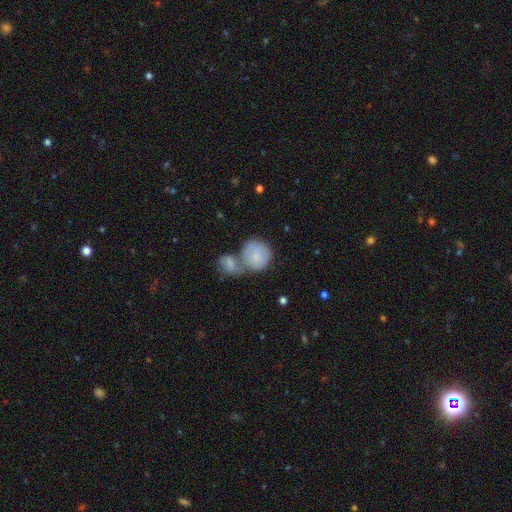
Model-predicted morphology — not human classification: A smooth galaxy with no disk features (79%) that is round (79%).

Vote fractions:
- Smooth or featured? smooth: 79% / featured or disk: 15% / star or artifact: 6%
- How rounded? round: 79% / in between: 19% / cigar-shaped: 1%
- Merging? merger: 63% / none: 23% / minor disturbance: 9% / major disturbance: 5%